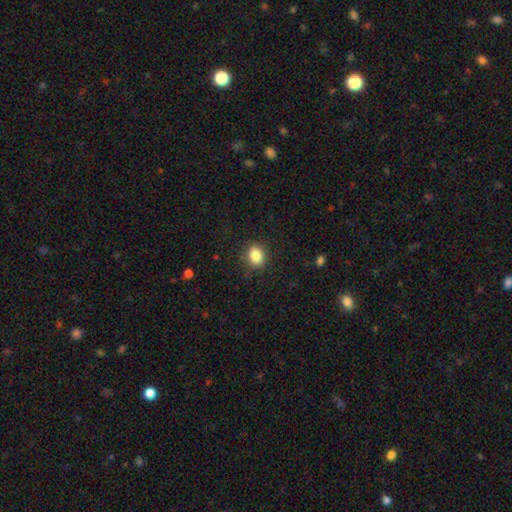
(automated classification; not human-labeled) A smooth galaxy with no disk features (85%) that is round (54%). Merging: none (85%).